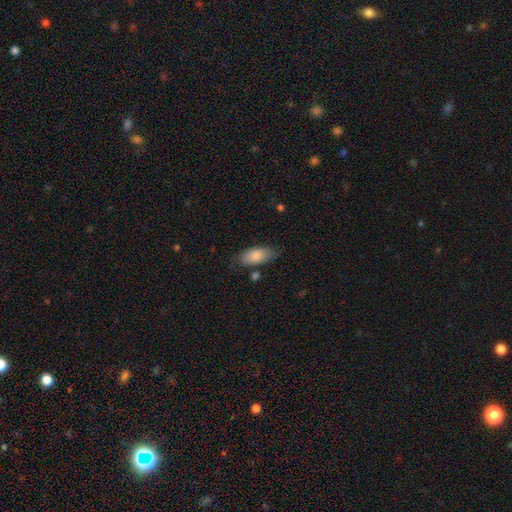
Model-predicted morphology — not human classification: smooth-or-featured: smooth: 84% | featured or disk: 10% | star or artifact: 6%
  how-rounded: in between: 89% | cigar-shaped: 9% | round: 2%
  merging: none: 71% | minor disturbance: 21% | major disturbance: 5% | merger: 4%